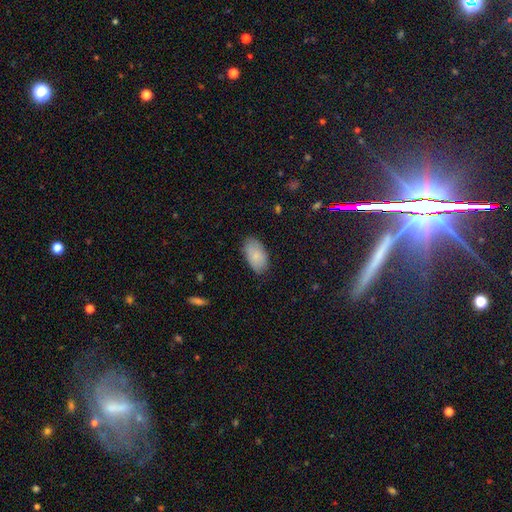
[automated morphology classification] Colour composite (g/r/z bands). It shows a smooth galaxy with no disk features (82%) that is in between round and cigar-shaped (95%). Merging: none (79%).